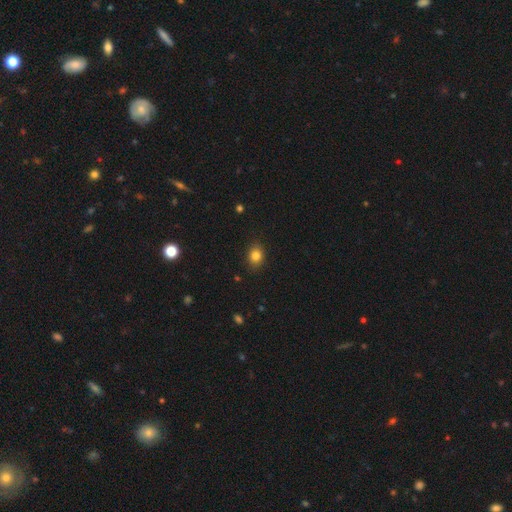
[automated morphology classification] type=smooth (82%); roundness=in between (52%); merging=none (87%).